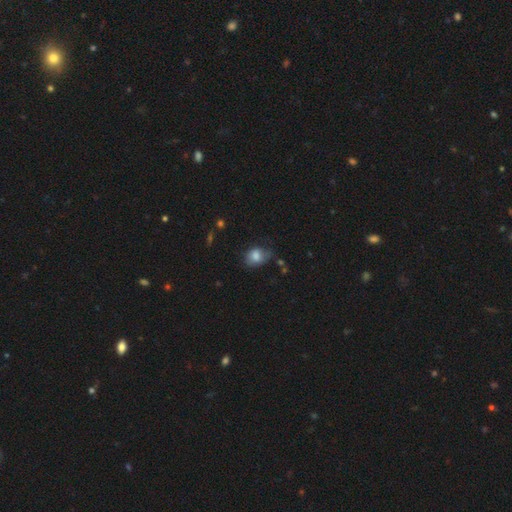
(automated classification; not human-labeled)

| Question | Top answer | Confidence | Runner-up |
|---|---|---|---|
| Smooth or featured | smooth | 80% | featured or disk (11%) |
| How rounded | in between | 60% | round (39%) |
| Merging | none | 49% | minor disturbance (35%) |